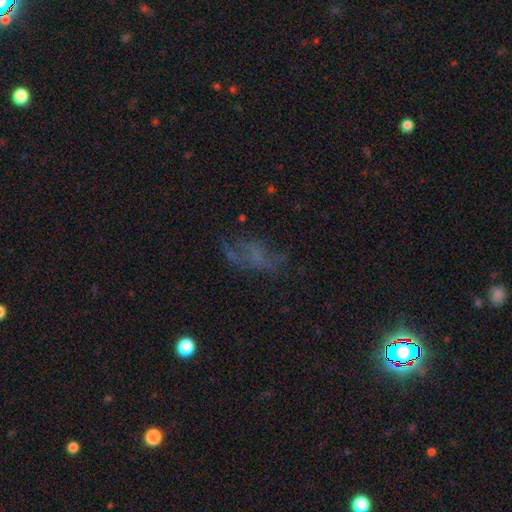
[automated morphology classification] This appears to be a featured or disk galaxy (42%). Merging: none (43%).